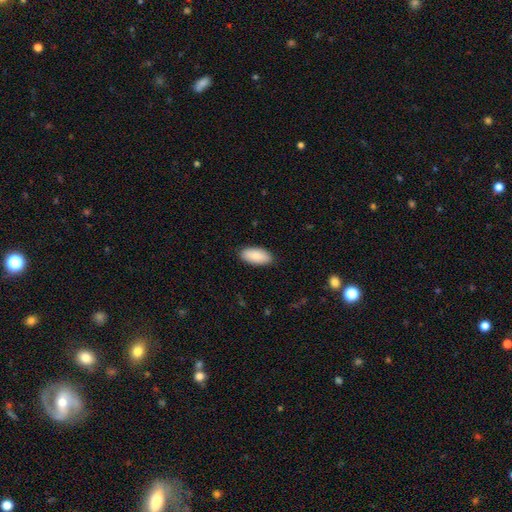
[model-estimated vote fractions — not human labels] Q: Smooth or featured?
A: smooth (88%); runner-up: featured or disk (6%)
Q: How rounded?
A: in between (92%); runner-up: cigar-shaped (6%)
Q: Merging?
A: none (89%); runner-up: minor disturbance (8%)